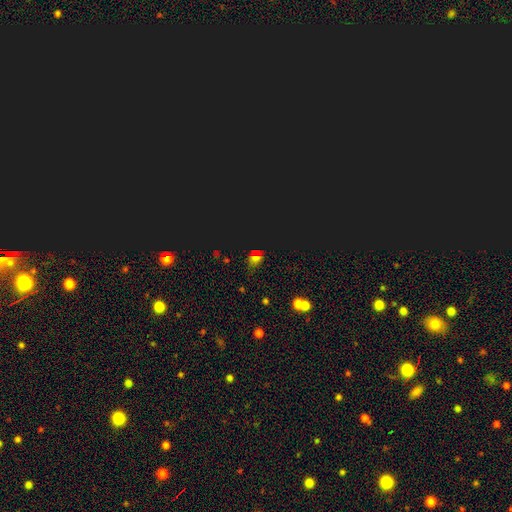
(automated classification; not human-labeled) Smooth or featured? star or artifact (55%)